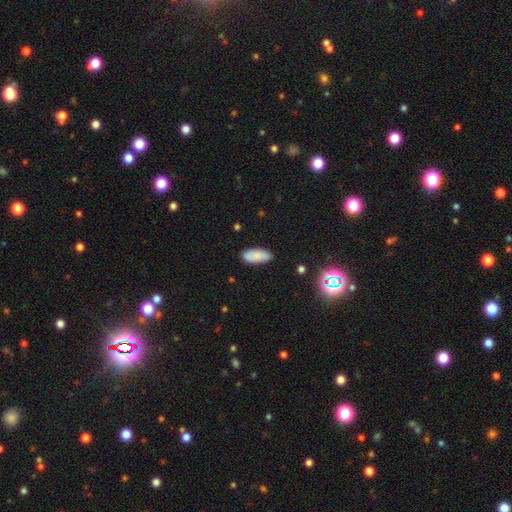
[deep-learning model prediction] The model was most divided on "merging": none: 85%, minor disturbance: 12%, major disturbance: 2%, merger: 1%. More confident: how rounded — in between (86%); smooth or featured — smooth (84%).